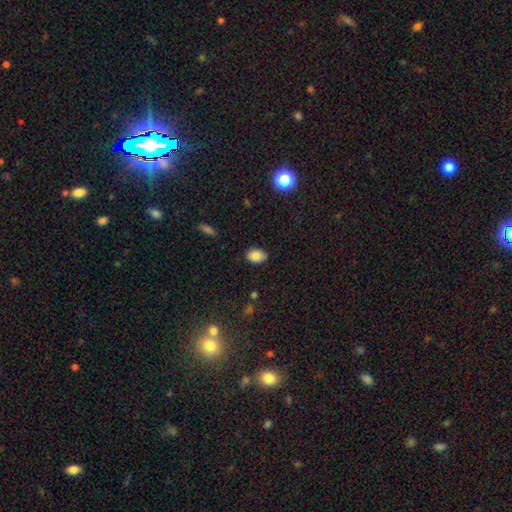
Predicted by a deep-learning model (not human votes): Smooth or featured? smooth (84%)
How rounded? in between (82%)
Merging? none (86%)